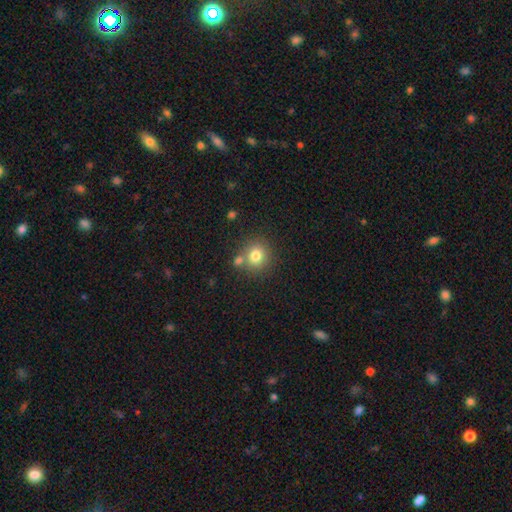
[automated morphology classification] Smooth or featured?
  - smooth: 78% *
  - star or artifact: 13%
  - featured or disk: 9%
How rounded?
  - round: 88% *
  - in between: 11%
  - cigar-shaped: 1%
Merging?
  - none: 68% *
  - merger: 19%
  - minor disturbance: 9%
  - major disturbance: 3%